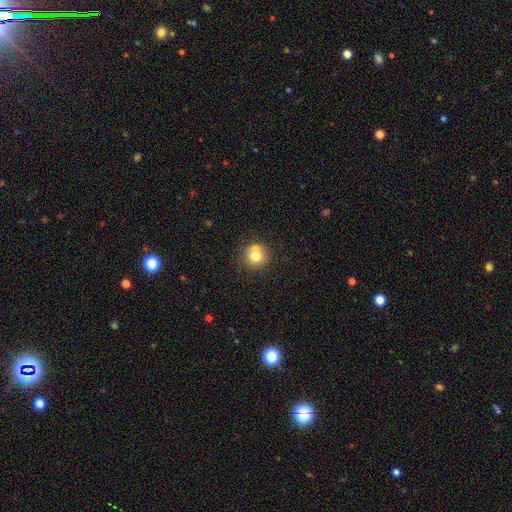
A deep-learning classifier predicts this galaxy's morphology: Smooth or featured? smooth (74%)
How rounded? round (92%)
Merging? none (60%)